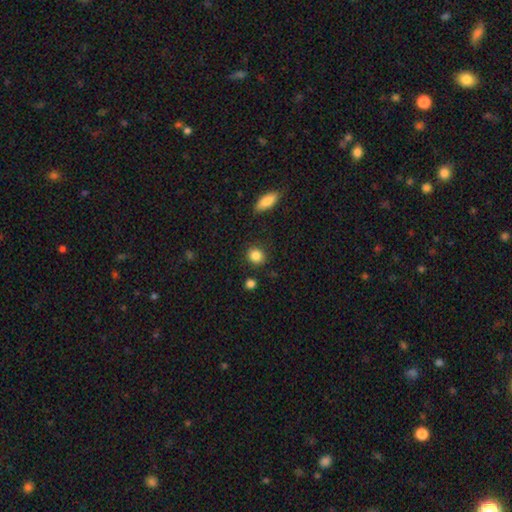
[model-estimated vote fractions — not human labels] Smooth or featured: smooth — 86% (star or artifact — 9%)
How rounded: round — 77% (in between — 21%)
Merging: none — 87% (minor disturbance — 8%)